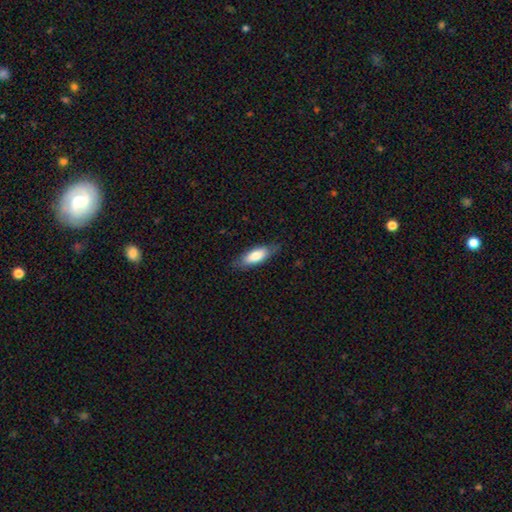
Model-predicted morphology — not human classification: Overall: smooth (76%). How rounded: in between (70%). Merging: none (78%).